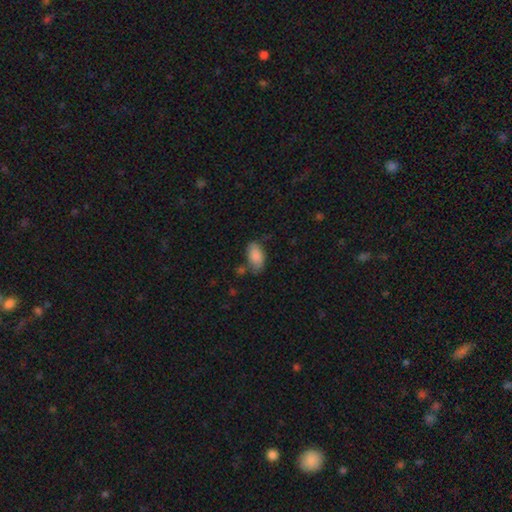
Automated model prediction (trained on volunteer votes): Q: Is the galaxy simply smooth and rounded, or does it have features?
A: smooth — 86%.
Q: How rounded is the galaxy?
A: in between — 93%.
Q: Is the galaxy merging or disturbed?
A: none — 64%.